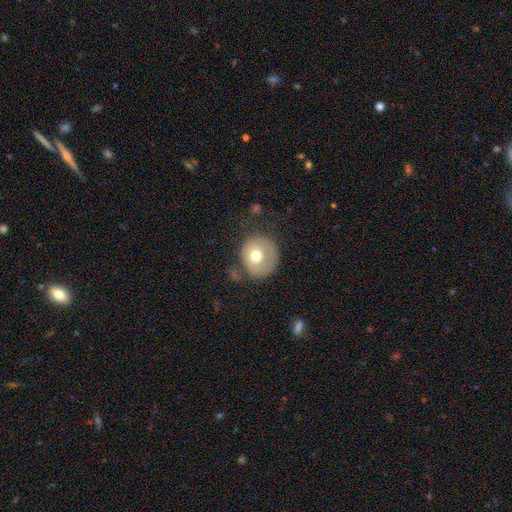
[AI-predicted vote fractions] A smooth galaxy with no disk features (66%) that is round (87%). Merging: none (64%).